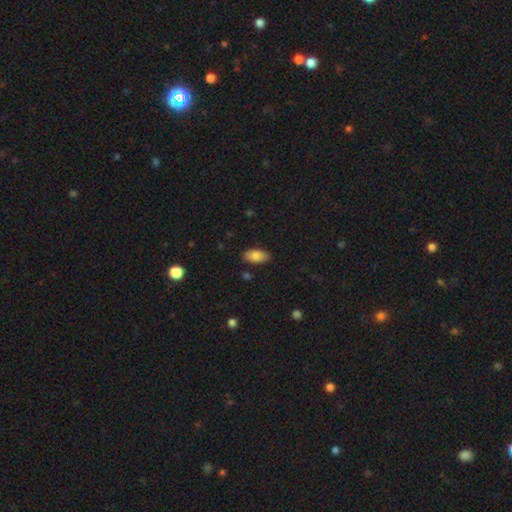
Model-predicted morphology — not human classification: smooth 83%, featured or disk 10%, star or artifact 7%. Down the decision tree: how rounded — in between (93%); merging — none (86%).